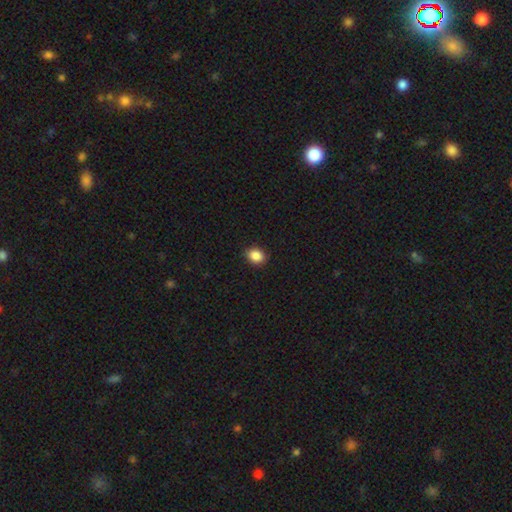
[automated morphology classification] smooth_or_featured: smooth (p=0.87) [alt: star or artifact p=0.09]
how_rounded: in between (p=0.53) [alt: round p=0.46]
merging: none (p=0.89) [alt: minor disturbance p=0.08]